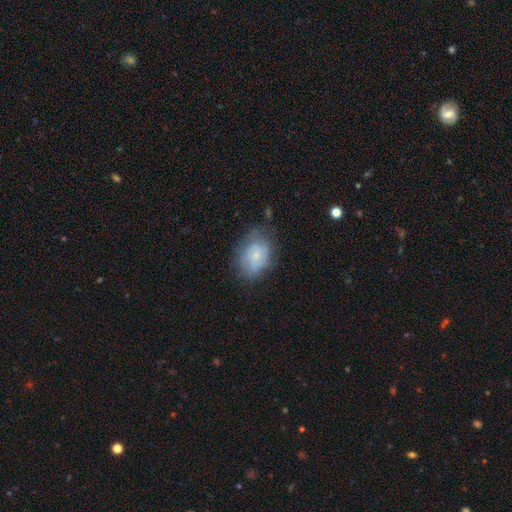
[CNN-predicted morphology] type=smooth (63%); roundness=in between (68%); merging=none (62%).